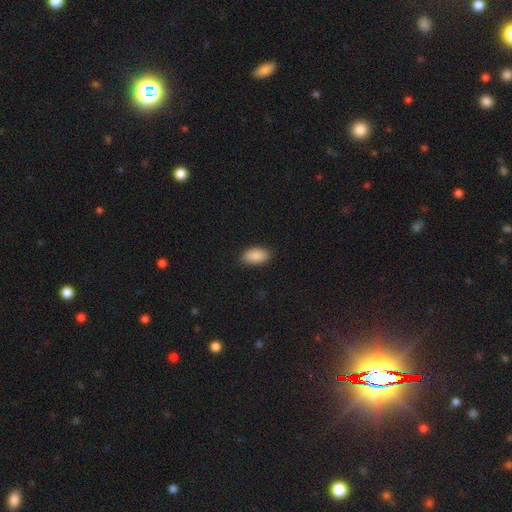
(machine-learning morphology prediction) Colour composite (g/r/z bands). It shows a smooth galaxy with no disk features (90%) that is in between round and cigar-shaped (93%). Merging: none (87%).